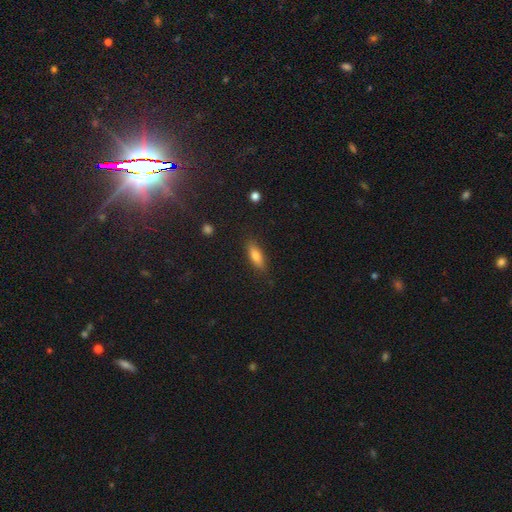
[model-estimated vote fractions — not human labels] A smooth galaxy with no disk features (75%) that is in between round and cigar-shaped (59%).

Vote fractions:
- Smooth or featured? smooth: 75% / featured or disk: 17% / star or artifact: 8%
- How rounded? in between: 59% / cigar-shaped: 38% / round: 3%
- Merging? none: 85% / minor disturbance: 11% / major disturbance: 3% / merger: 1%